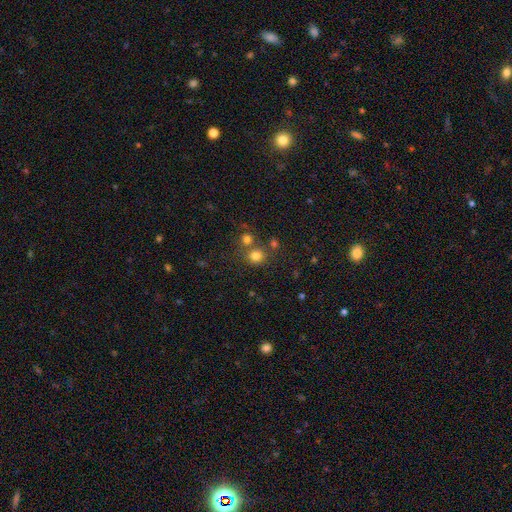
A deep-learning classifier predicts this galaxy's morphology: smooth 78%, star or artifact 16%, featured or disk 6%. Down the decision tree: how rounded — round (85%); merging — none (66%).